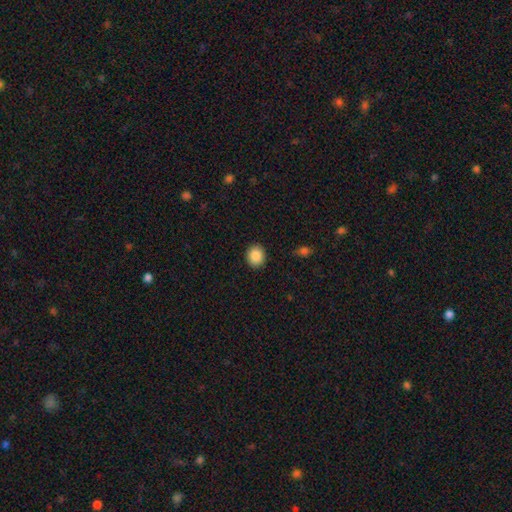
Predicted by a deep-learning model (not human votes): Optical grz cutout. It shows a smooth galaxy with no disk features (88%) that is round (73%). Merging: none (91%).